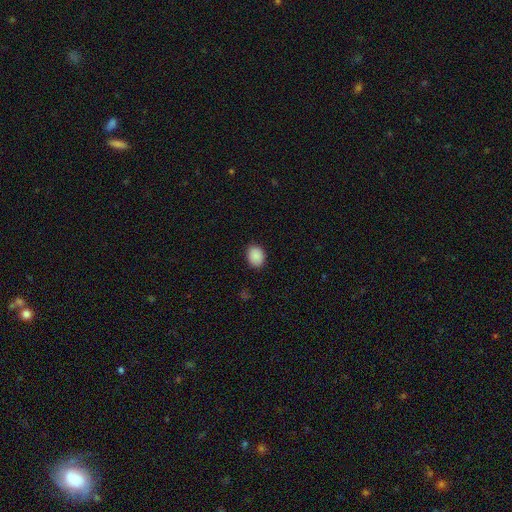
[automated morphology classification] Smooth or featured? Predicted: smooth (p=0.90). How rounded? Predicted: in between (p=0.59). Merging? Predicted: none (p=0.89).